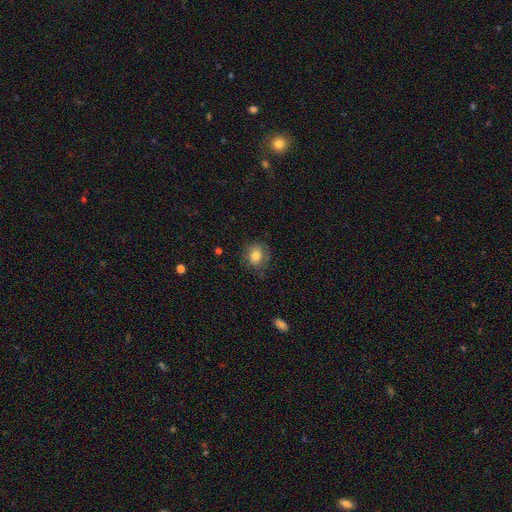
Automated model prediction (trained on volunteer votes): This is likely a smooth galaxy (76%). How rounded: possibly round (59%). Merging: likely none (71%).